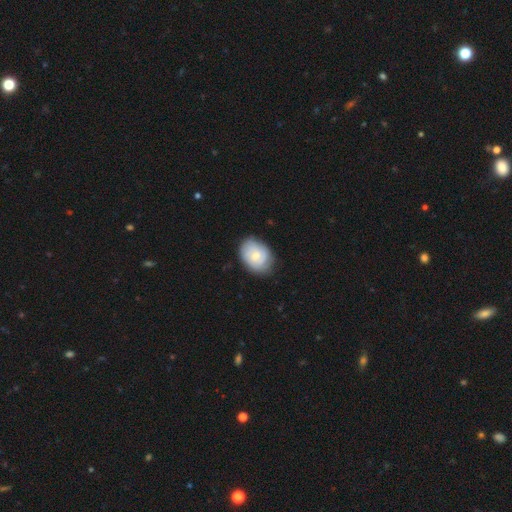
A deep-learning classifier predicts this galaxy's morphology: The model was most divided on "smooth or featured": smooth: 58%, featured or disk: 36%, star or artifact: 6%. More confident: merging — none (74%); how rounded — in between (67%).